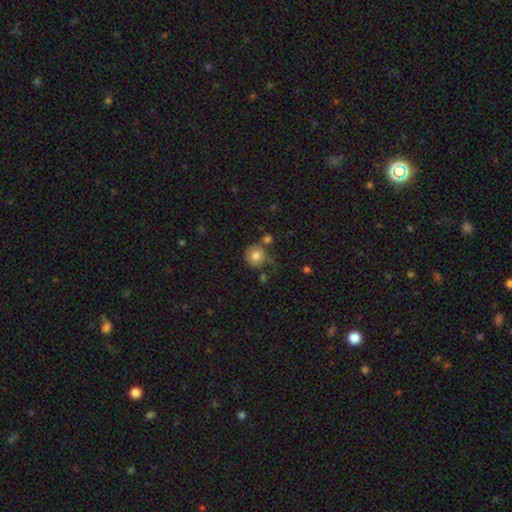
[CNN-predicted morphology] The model was most divided on "merging": none: 62%, minor disturbance: 19%, merger: 12%, major disturbance: 7%. More confident: how rounded — round (90%); smooth or featured — smooth (78%).